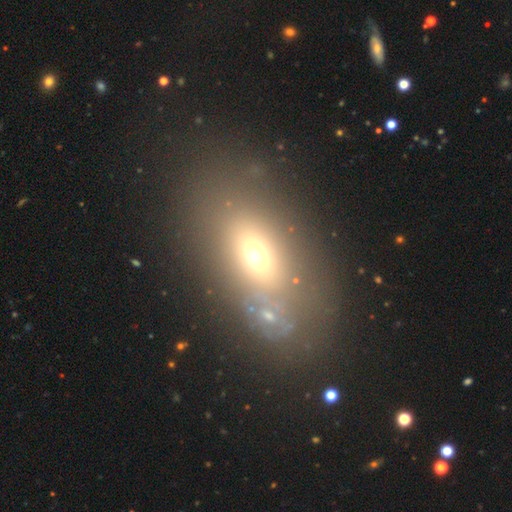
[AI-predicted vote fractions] Morphology: type=smooth (56%); roundness=in between (77%); merging=none (69%).